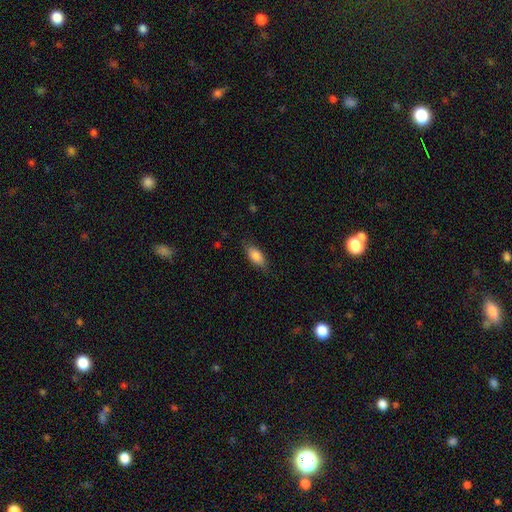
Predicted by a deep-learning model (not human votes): Smooth or featured? Predicted: smooth (p=0.83). How rounded? Predicted: in between (p=0.83). Merging? Predicted: none (p=0.79).